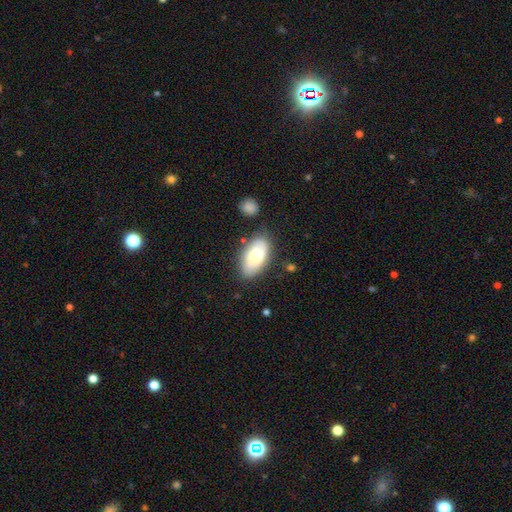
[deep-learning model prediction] Smooth or featured? smooth (72%)
How rounded? in between (93%)
Merging? none (72%)